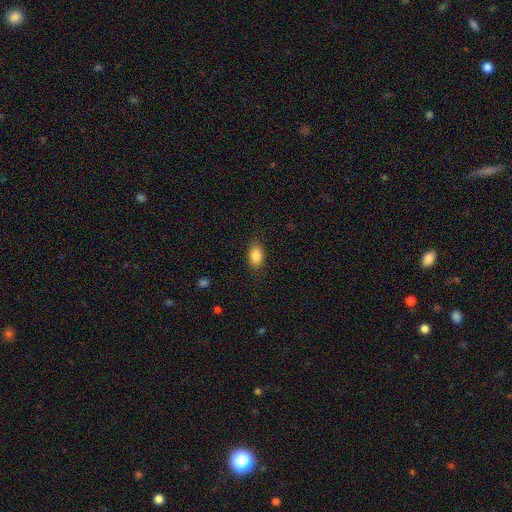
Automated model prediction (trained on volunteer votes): smooth-or-featured: smooth: 87% | star or artifact: 8% | featured or disk: 5%
  how-rounded: in between: 88% | round: 9% | cigar-shaped: 2%
  merging: none: 83% | minor disturbance: 12% | major disturbance: 3% | merger: 1%